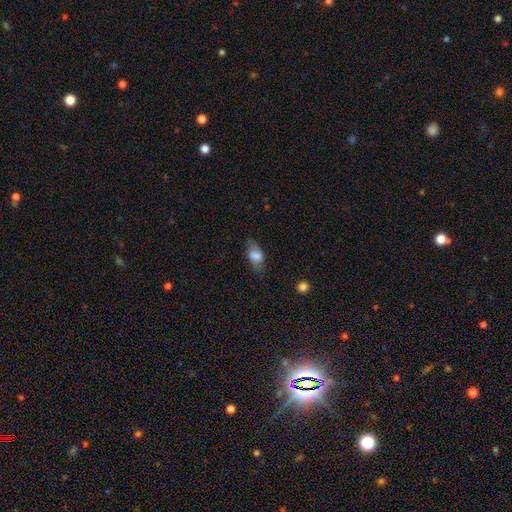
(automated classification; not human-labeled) Smooth or featured? smooth (67%)
How rounded? in between (82%)
Merging? none (74%)